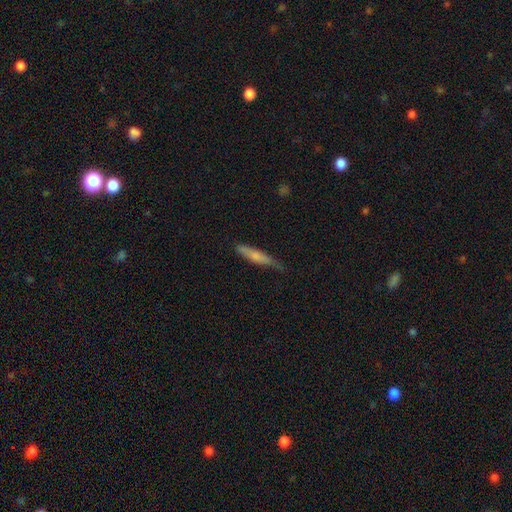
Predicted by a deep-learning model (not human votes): smooth 65%, featured or disk 29%, star or artifact 6%. Down the decision tree: how rounded — cigar-shaped (87%); merging — none (62%).